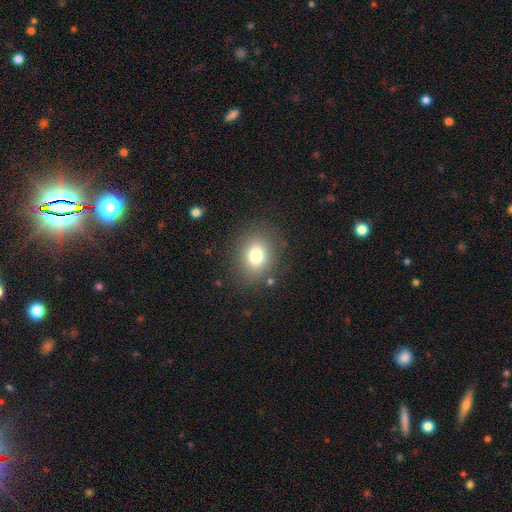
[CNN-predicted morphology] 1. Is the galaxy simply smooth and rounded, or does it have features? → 78% smooth, 12% star or artifact, 10% featured or disk.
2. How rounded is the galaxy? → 57% round, 43% in between, 1% cigar-shaped.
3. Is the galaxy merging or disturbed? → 83% none, 10% minor disturbance, 5% major disturbance, 2% merger.